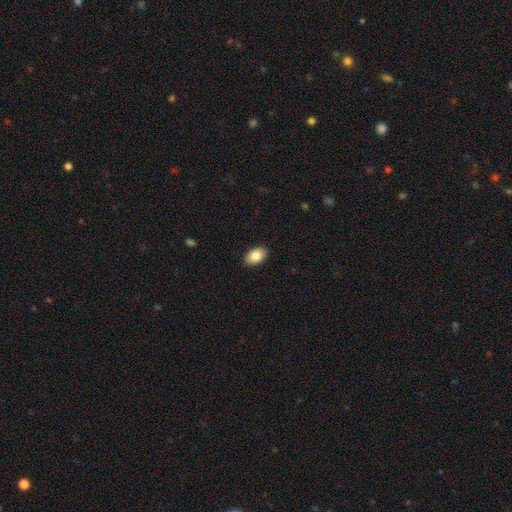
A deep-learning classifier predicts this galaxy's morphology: The model was most divided on "smooth or featured": smooth: 85%, featured or disk: 8%, star or artifact: 7%. More confident: how rounded — in between (90%); merging — none (89%).